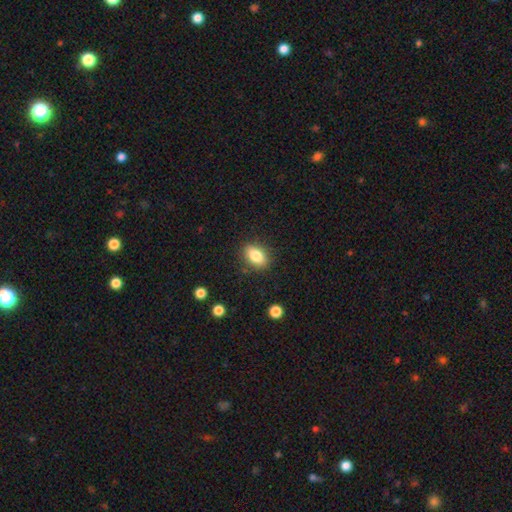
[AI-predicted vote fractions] smooth-or-featured: smooth: 83% | featured or disk: 9% | star or artifact: 9%
  how-rounded: in between: 81% | round: 17% | cigar-shaped: 2%
  merging: none: 86% | minor disturbance: 10% | major disturbance: 3% | merger: 1%